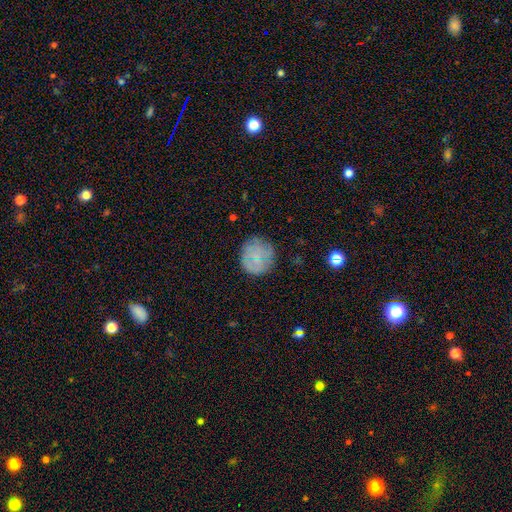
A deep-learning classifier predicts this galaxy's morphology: The model was most divided on "smooth or featured": smooth: 62%, featured or disk: 27%, star or artifact: 11%. More confident: how rounded — round (88%); merging — none (76%).